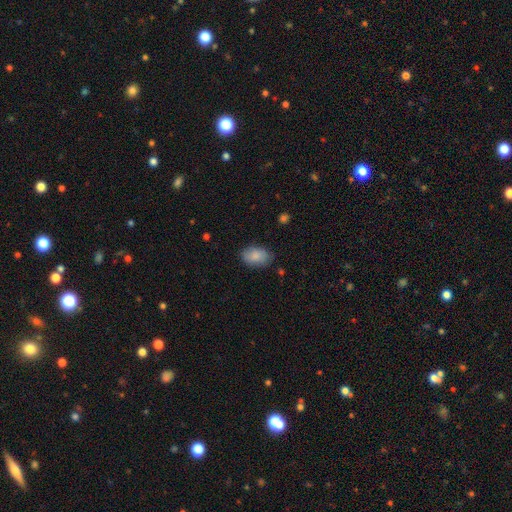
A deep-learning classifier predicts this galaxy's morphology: Smooth or featured?
  - smooth: 84% *
  - featured or disk: 9%
  - star or artifact: 7%
How rounded?
  - in between: 87% *
  - round: 12%
  - cigar-shaped: 1%
Merging?
  - none: 78% *
  - minor disturbance: 17%
  - major disturbance: 4%
  - merger: 1%